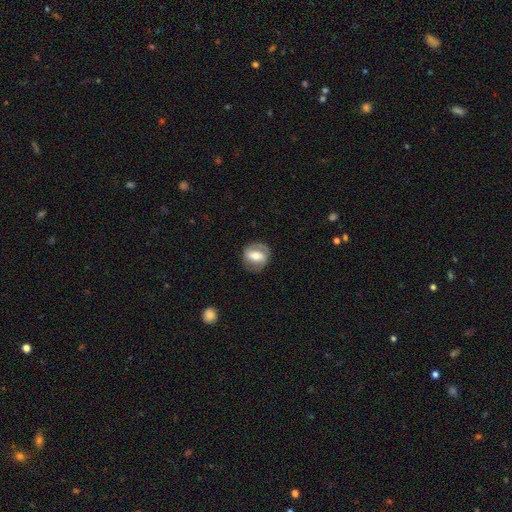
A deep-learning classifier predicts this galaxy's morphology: This appears to be a featured or disk galaxy (59%) with a strong bar (48%), spiral arms (69%) and a moderate central bulge (63%). Merging: none (77%).